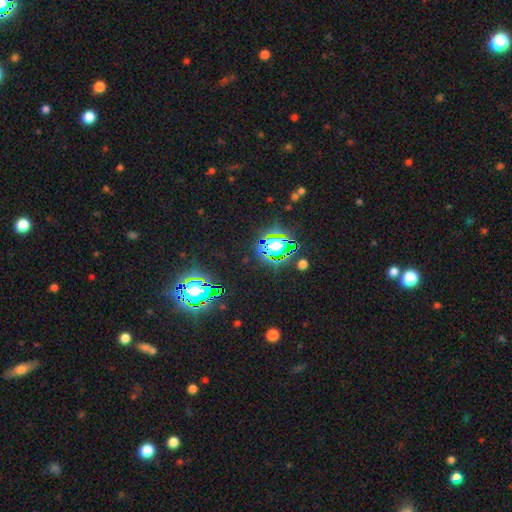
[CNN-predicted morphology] Smooth or featured: star or artifact — 80% (smooth — 13%)